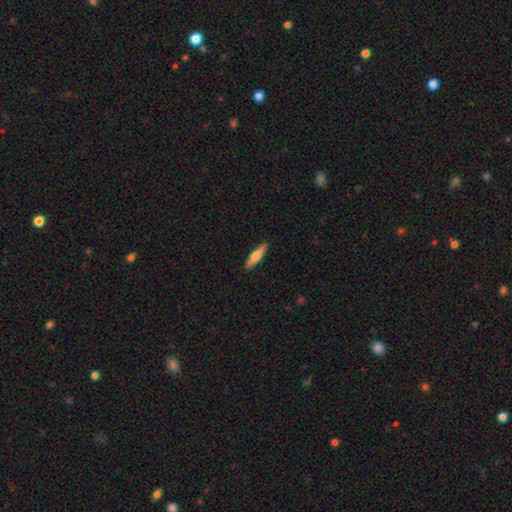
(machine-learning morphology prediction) smooth 58%, featured or disk 37%, star or artifact 6%. Down the decision tree: how rounded — cigar-shaped (79%); merging — none (90%).